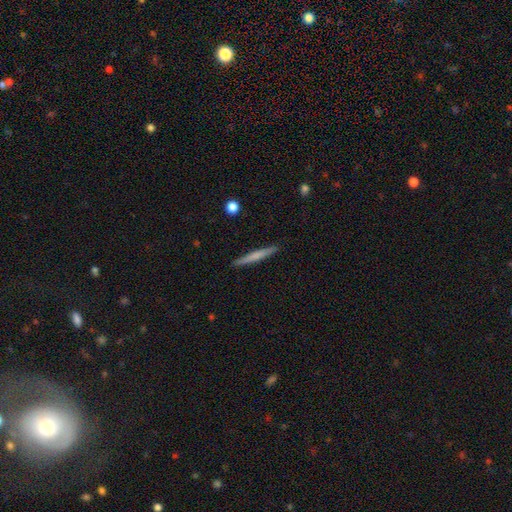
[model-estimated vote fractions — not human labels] This appears to be a smooth galaxy with no disk features (53%) that is cigar-shaped (96%). Merging: none (91%).